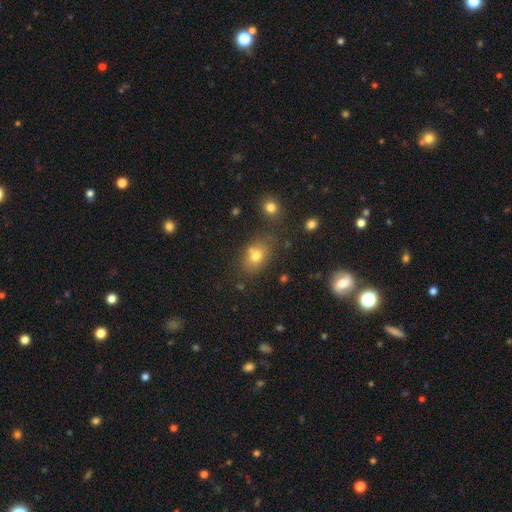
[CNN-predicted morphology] smooth_or_featured: smooth (p=0.74) [alt: star or artifact p=0.13]
how_rounded: in between (p=0.69) [alt: round p=0.29]
merging: none (p=0.65) [alt: minor disturbance p=0.16]